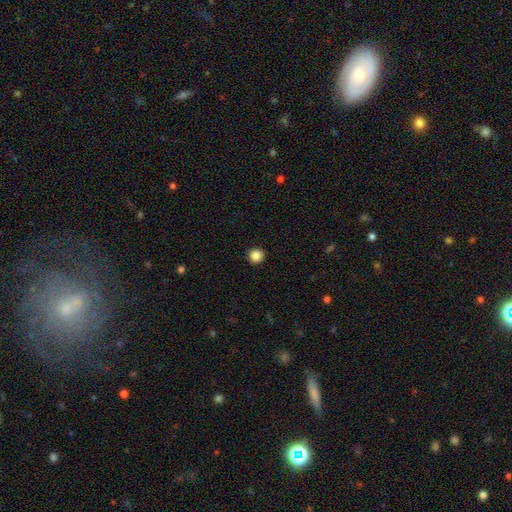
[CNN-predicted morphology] smooth_or_featured: smooth (p=0.87) [alt: star or artifact p=0.10]
how_rounded: round (p=0.95) [alt: in between p=0.04]
merging: none (p=0.93) [alt: minor disturbance p=0.05]